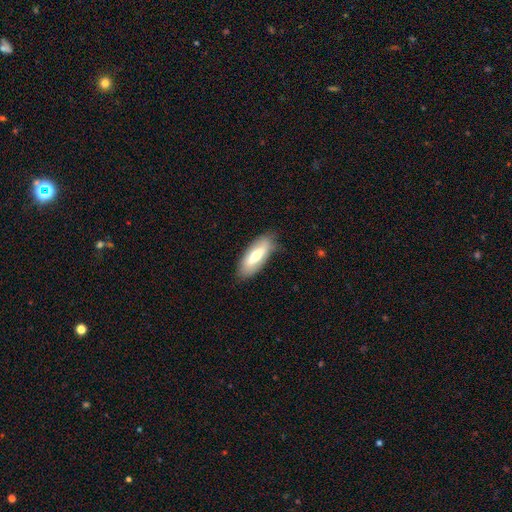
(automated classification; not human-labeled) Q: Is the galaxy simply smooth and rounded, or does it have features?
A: smooth — 59%.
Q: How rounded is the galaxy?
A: in between — 71%.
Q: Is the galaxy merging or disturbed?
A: none — 81%.